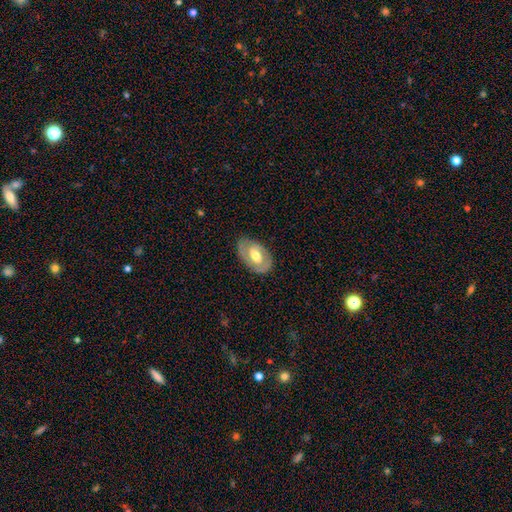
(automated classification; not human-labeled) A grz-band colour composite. It shows a featured or disk galaxy (59%) with no bar (47%), no spiral arms (53%) and a moderate central bulge (66%). Merging: none (79%).